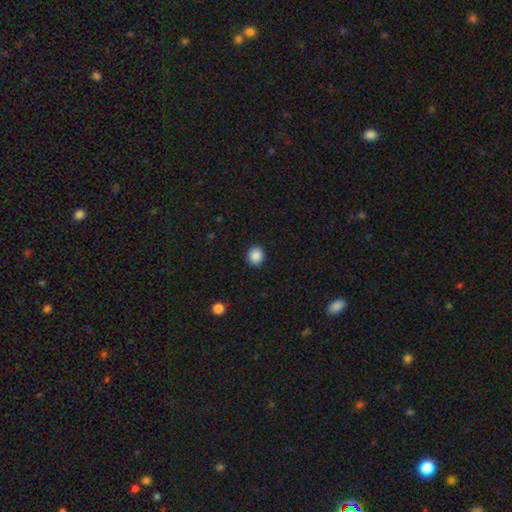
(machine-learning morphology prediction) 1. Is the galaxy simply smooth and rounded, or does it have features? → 88% smooth, 9% star or artifact, 3% featured or disk.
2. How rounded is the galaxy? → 78% round, 21% in between, 1% cigar-shaped.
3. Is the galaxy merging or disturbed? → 91% none, 6% minor disturbance, 2% major disturbance, 1% merger.